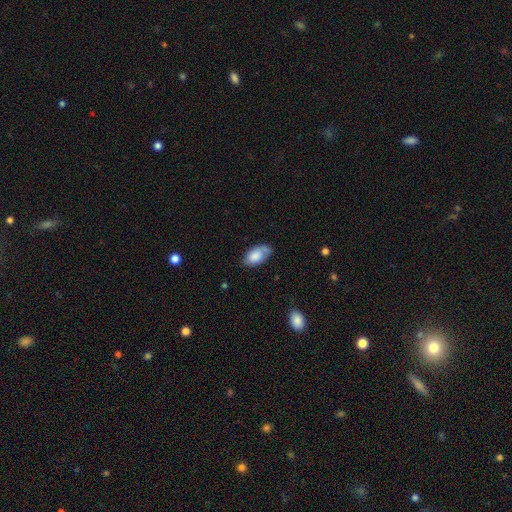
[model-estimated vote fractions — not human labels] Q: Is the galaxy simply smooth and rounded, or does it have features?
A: smooth — 73%.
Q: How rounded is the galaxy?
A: in between — 94%.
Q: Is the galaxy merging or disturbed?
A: none — 62%.